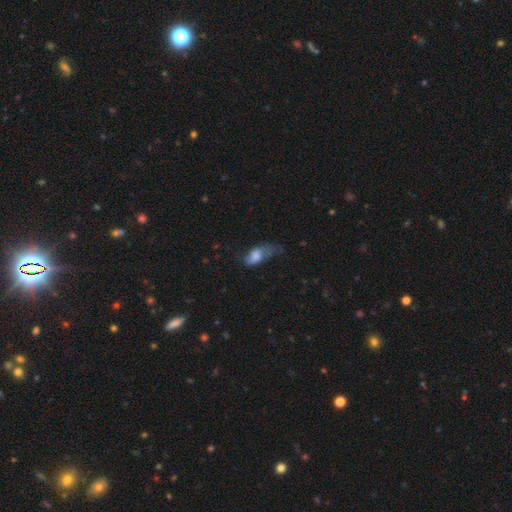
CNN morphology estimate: A smooth galaxy with no disk features (72%) that is in between round and cigar-shaped (86%). Merging: major disturbance (41%).